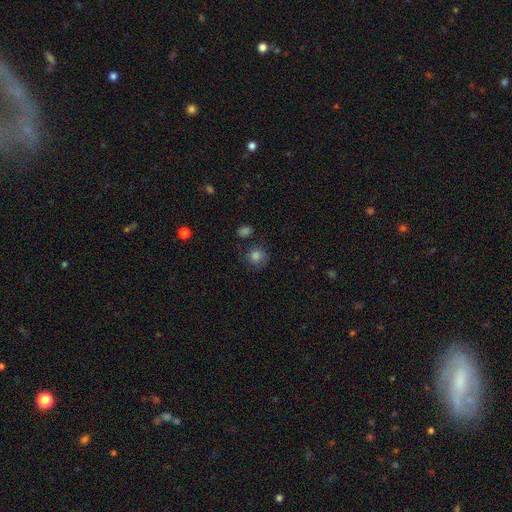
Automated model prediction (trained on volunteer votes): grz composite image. It shows a smooth galaxy with no disk features (81%) that is round (86%). Merging: none (74%).